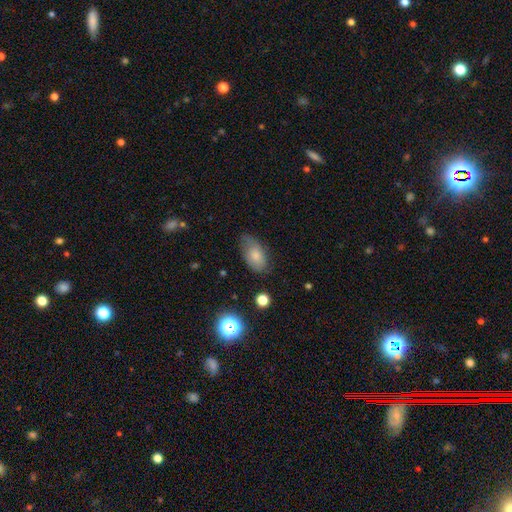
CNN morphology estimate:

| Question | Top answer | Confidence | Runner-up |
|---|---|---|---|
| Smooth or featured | smooth | 74% | featured or disk (17%) |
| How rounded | in between | 91% | round (6%) |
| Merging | none | 58% | minor disturbance (30%) |